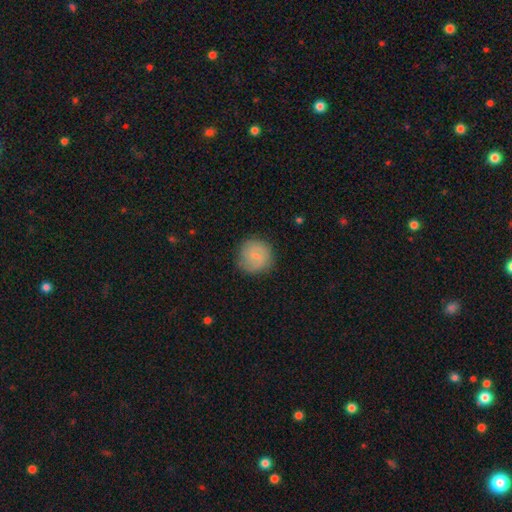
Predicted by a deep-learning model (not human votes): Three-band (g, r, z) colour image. It shows a smooth galaxy with no disk features (71%) that is round (93%). Merging: none (83%).